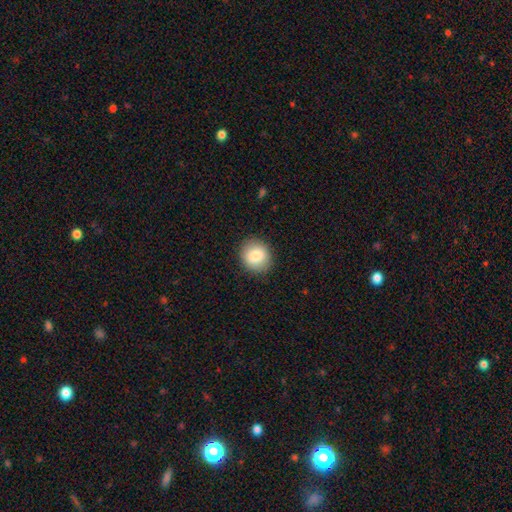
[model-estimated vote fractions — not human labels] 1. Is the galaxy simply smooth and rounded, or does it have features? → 85% smooth, 8% star or artifact, 7% featured or disk.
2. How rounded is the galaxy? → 80% round, 19% in between, 1% cigar-shaped.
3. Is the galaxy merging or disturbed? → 89% none, 8% minor disturbance, 2% major disturbance, 1% merger.